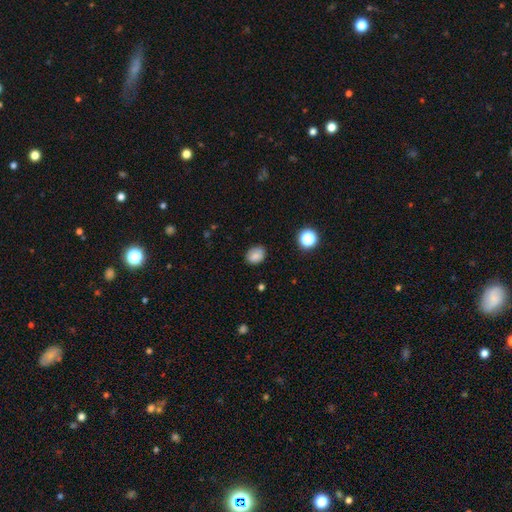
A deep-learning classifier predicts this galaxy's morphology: A smooth galaxy with no disk features (82%) that is in between round and cigar-shaped (58%).

Vote fractions:
- Smooth or featured? smooth: 82% / star or artifact: 11% / featured or disk: 8%
- How rounded? in between: 58% / round: 42% / cigar-shaped: 1%
- Merging? none: 81% / minor disturbance: 15% / major disturbance: 3% / merger: 1%